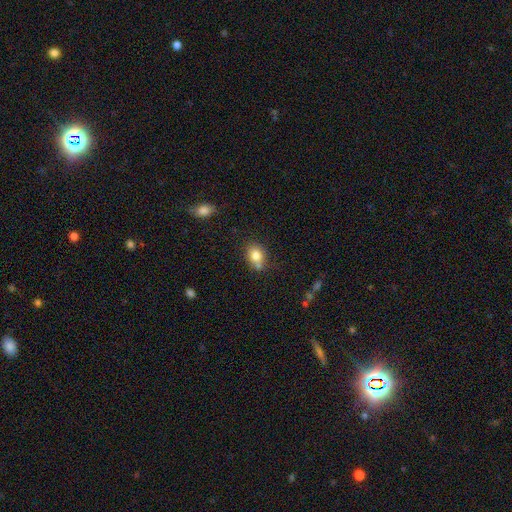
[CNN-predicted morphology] This is clearly a smooth galaxy (80%). How rounded: possibly in between (50%). Merging: likely none (61%).